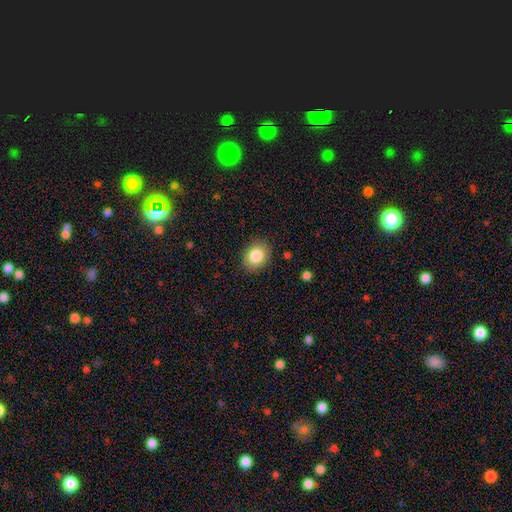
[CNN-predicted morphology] Smooth or featured?
  - smooth: 84% *
  - star or artifact: 8%
  - featured or disk: 8%
How rounded?
  - round: 50% * (tied)
  - in between: 50% * (tied)
  - cigar-shaped: 1%
Merging?
  - none: 87% *
  - minor disturbance: 10%
  - major disturbance: 3%
  - merger: 1%